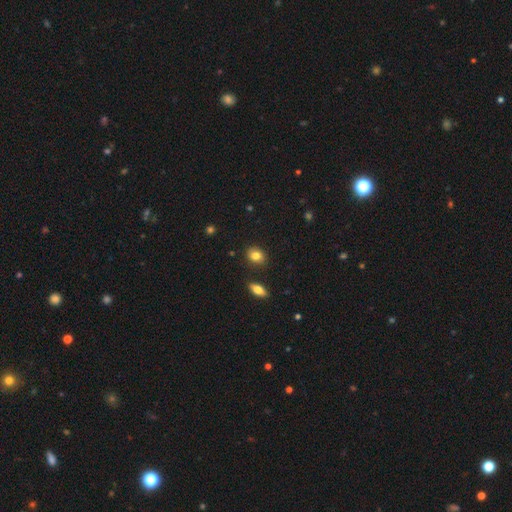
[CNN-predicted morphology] A smooth galaxy with no disk features (83%) that is in between round and cigar-shaped (51%). Merging: none (85%).